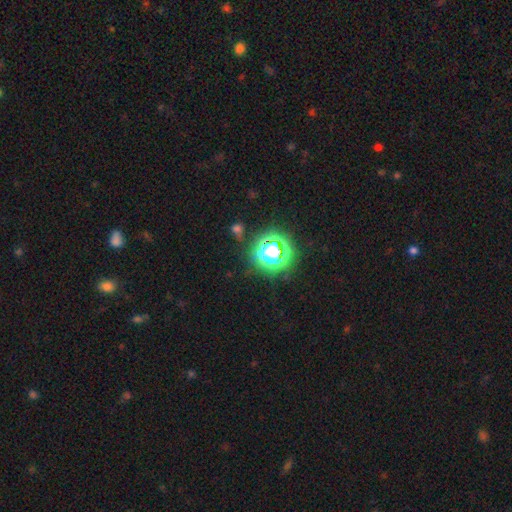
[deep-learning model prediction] Smooth or featured: star or artifact — 76% (smooth — 18%)